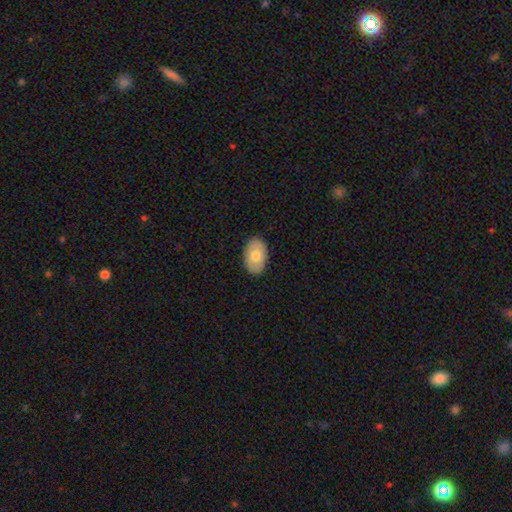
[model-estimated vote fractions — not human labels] Q: Smooth or featured?
A: smooth (70%); runner-up: featured or disk (24%)
Q: How rounded?
A: in between (90%); runner-up: round (9%)
Q: Merging?
A: none (88%); runner-up: minor disturbance (9%)